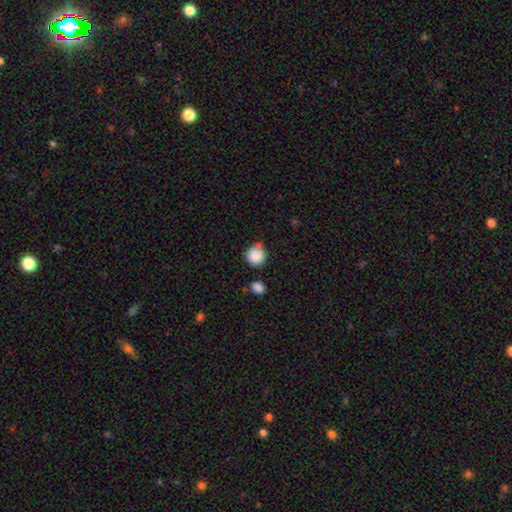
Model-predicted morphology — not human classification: Smooth or featured? Predicted: smooth (p=0.87). How rounded? Predicted: round (p=0.91). Merging? Predicted: none (p=0.66).